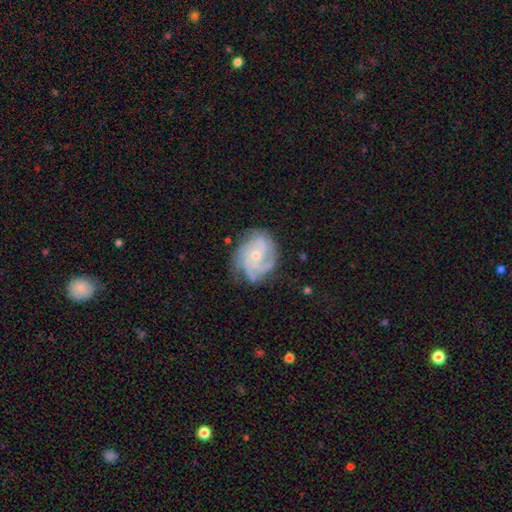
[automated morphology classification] This appears to be a featured or disk galaxy (86%) with no bar (74%), 3 (38%) tight (60%) spiral arms (97%) and a small central bulge (60%). Merging: none (72%).